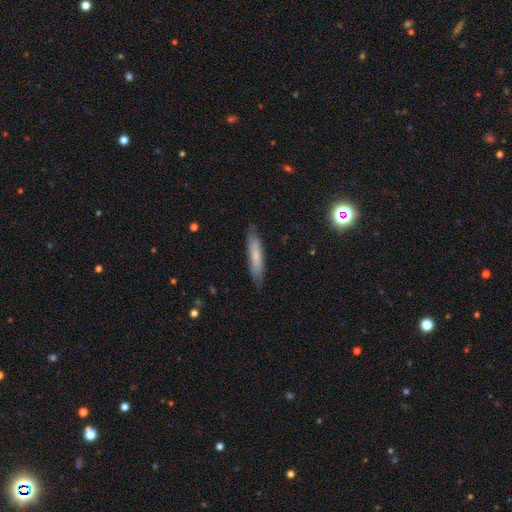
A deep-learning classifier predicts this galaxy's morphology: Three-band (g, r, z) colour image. It shows a smooth galaxy with no disk features (67%) that is cigar-shaped (84%). Merging: none (83%).